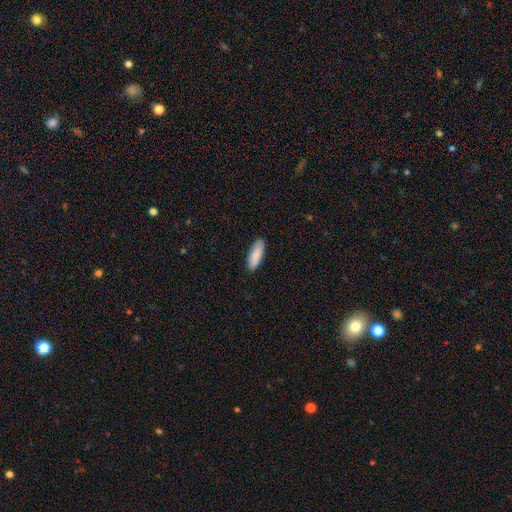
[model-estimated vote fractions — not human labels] A smooth galaxy with no disk features (87%) that is in between round and cigar-shaped (57%). Merging: none (90%).